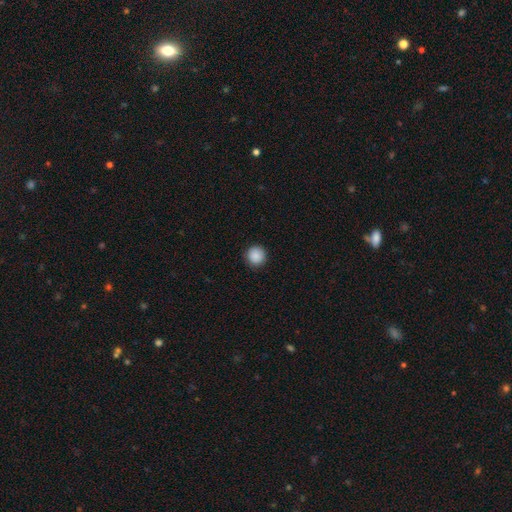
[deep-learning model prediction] smooth-or-featured: smooth: 89% | star or artifact: 8% | featured or disk: 3%
  how-rounded: round: 95% | in between: 4% | cigar-shaped: 1%
  merging: none: 92% | minor disturbance: 6% | major disturbance: 2% | merger: 1%